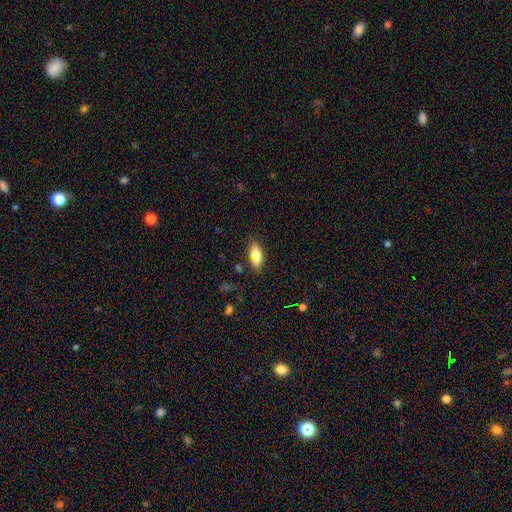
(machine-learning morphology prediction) smooth_or_featured: smooth (p=0.80) [alt: featured or disk p=0.12]
how_rounded: in between (p=0.81) [alt: cigar-shaped p=0.16]
merging: none (p=0.81) [alt: minor disturbance p=0.13]